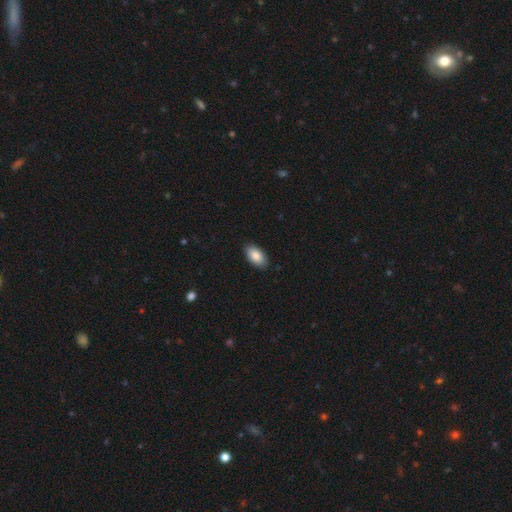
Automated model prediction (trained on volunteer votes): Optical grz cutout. It shows a smooth galaxy with no disk features (87%) that is in between round and cigar-shaped (95%). Merging: none (88%).